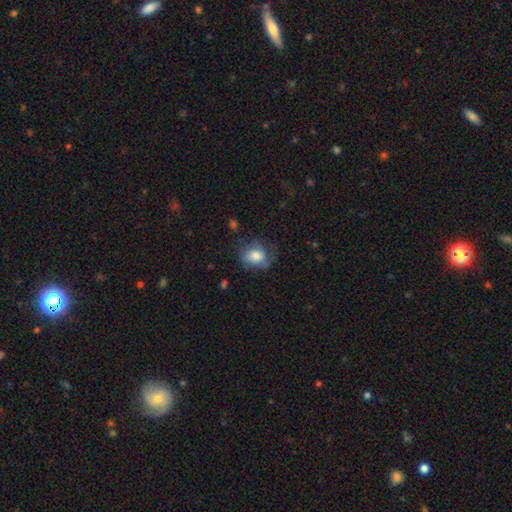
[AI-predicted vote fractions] This is likely a smooth galaxy (70%). How rounded: possibly round (50%). Merging: possibly none (52%).